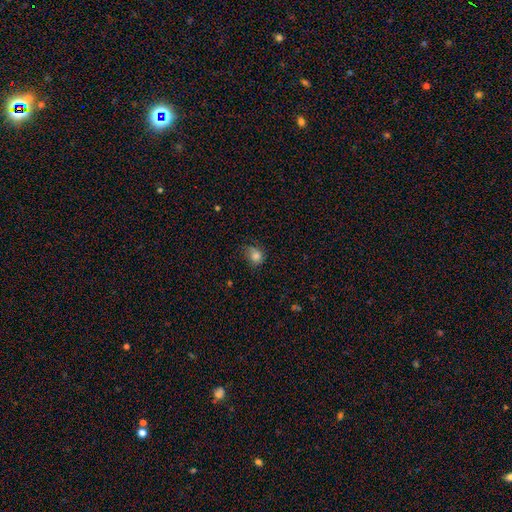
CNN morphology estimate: The model was most divided on "merging": none: 54%, minor disturbance: 31%, major disturbance: 13%, merger: 2%. More confident: smooth or featured — smooth (80%); how rounded — round (62%).